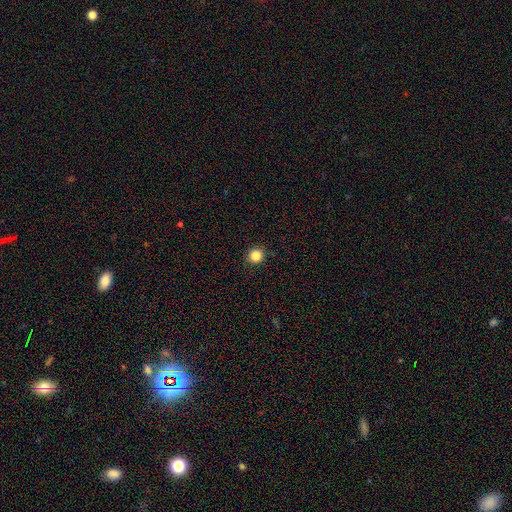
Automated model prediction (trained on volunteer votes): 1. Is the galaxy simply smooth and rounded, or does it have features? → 85% smooth, 11% star or artifact, 4% featured or disk.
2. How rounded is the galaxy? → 93% round, 6% in between, 1% cigar-shaped.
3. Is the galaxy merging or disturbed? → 91% none, 6% minor disturbance, 2% major disturbance, 1% merger.